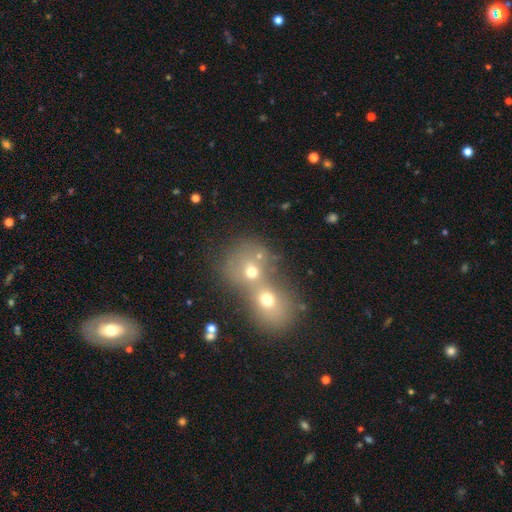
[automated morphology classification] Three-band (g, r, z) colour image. It shows a smooth galaxy with no disk features (58%) that is round (72%). Merging: merger (72%).